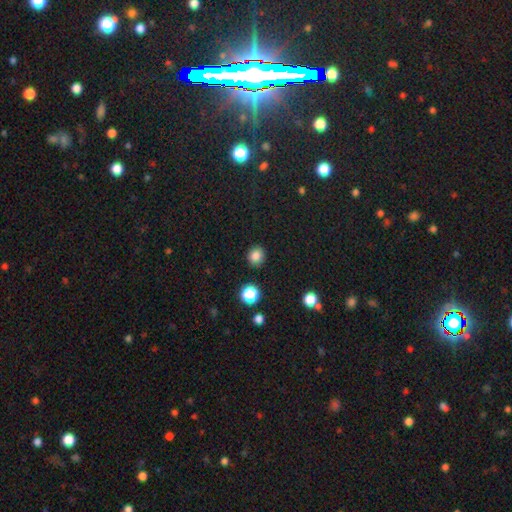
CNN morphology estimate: A smooth galaxy with no disk features (82%) that is round (84%).

Vote fractions:
- Smooth or featured? smooth: 82% / star or artifact: 13% / featured or disk: 5%
- How rounded? round: 84% / in between: 15% / cigar-shaped: 1%
- Merging? none: 90% / minor disturbance: 7% / major disturbance: 2% / merger: 2%